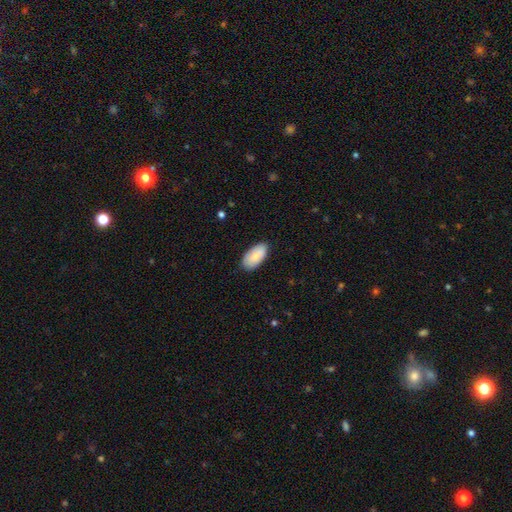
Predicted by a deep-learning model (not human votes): Morphology: type=smooth (78%); roundness=in between (95%); merging=none (83%).